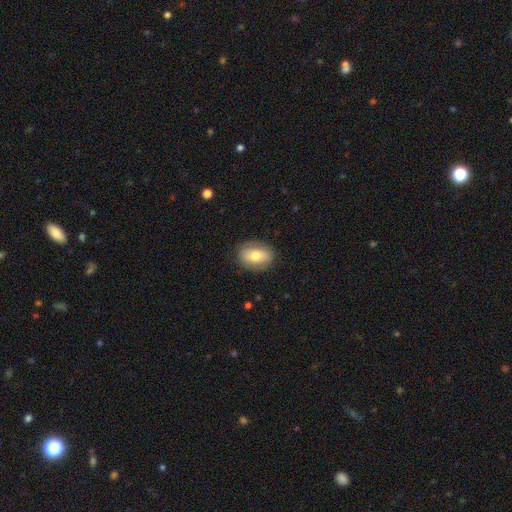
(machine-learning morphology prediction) smooth-or-featured: smooth: 67% | featured or disk: 26% | star or artifact: 7%
  how-rounded: in between: 77% | round: 22% | cigar-shaped: 2%
  merging: none: 83% | minor disturbance: 13% | major disturbance: 3% | merger: 1%